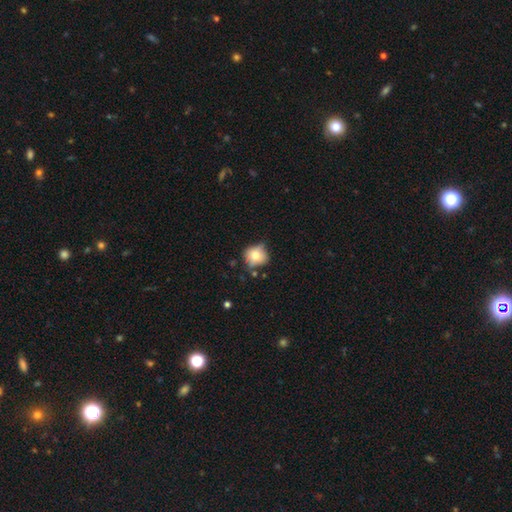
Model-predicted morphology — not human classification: Smooth or featured?
  - smooth: 70% *
  - featured or disk: 19%
  - star or artifact: 11%
How rounded?
  - round: 84% *
  - in between: 15%
  - cigar-shaped: 1%
Merging?
  - none: 64% *
  - minor disturbance: 24%
  - major disturbance: 6%
  - merger: 6%